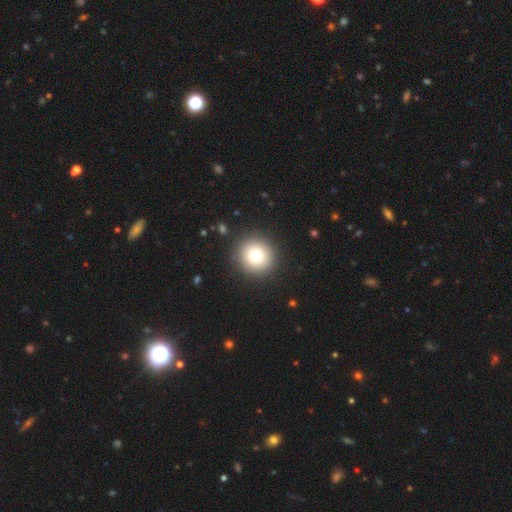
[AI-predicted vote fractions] smooth-or-featured: smooth: 76% | star or artifact: 12% | featured or disk: 12%
  how-rounded: round: 94% | in between: 5% | cigar-shaped: 1%
  merging: none: 91% | minor disturbance: 6% | major disturbance: 2% | merger: 1%